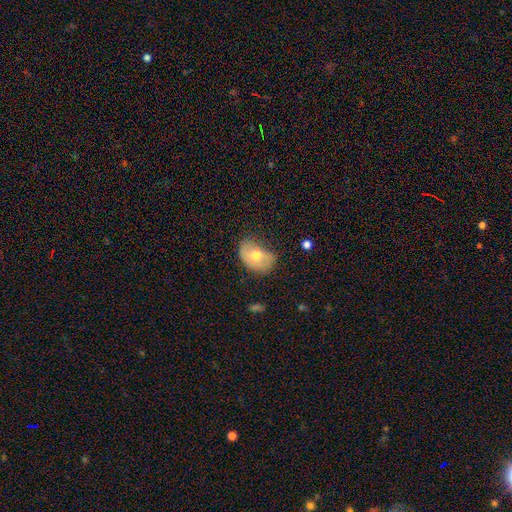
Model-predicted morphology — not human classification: Smooth or featured? Predicted: smooth (p=0.65). How rounded? Predicted: in between (p=0.81). Merging? Predicted: none (p=0.44).